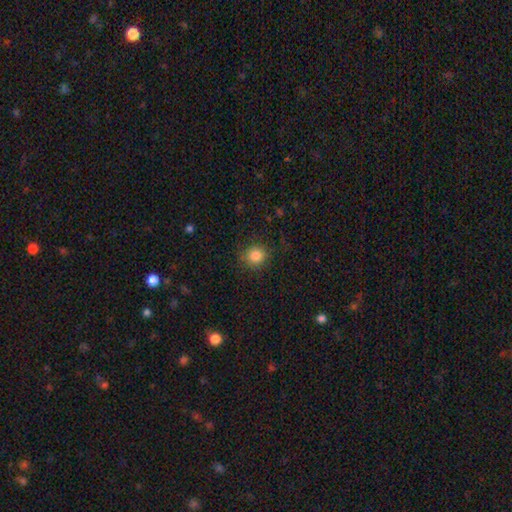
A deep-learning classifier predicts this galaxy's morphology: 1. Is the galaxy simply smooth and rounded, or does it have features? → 85% smooth, 11% star or artifact, 5% featured or disk.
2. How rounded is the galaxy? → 90% round, 9% in between, 1% cigar-shaped.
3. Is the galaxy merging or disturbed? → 84% none, 11% minor disturbance, 4% major disturbance, 1% merger.